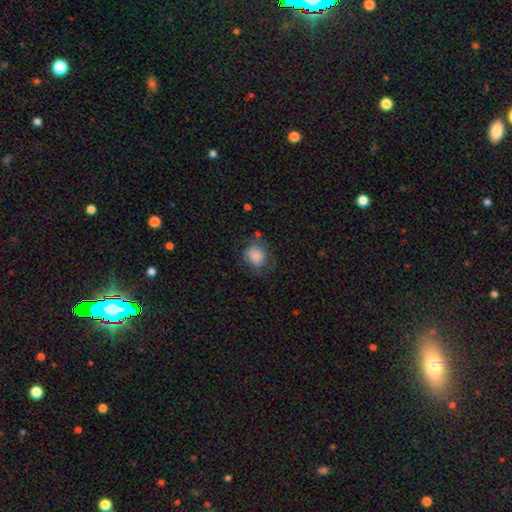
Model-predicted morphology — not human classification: smooth-or-featured: smooth: 80% | featured or disk: 12% | star or artifact: 8%
  how-rounded: round: 63% | in between: 36% | cigar-shaped: 1%
  merging: none: 53% | minor disturbance: 29% | major disturbance: 16% | merger: 2%